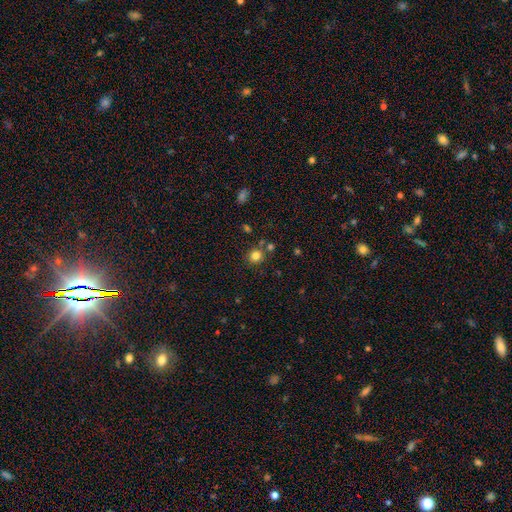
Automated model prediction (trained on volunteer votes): A smooth galaxy with no disk features (80%) that is round (88%). Merging: none (77%).